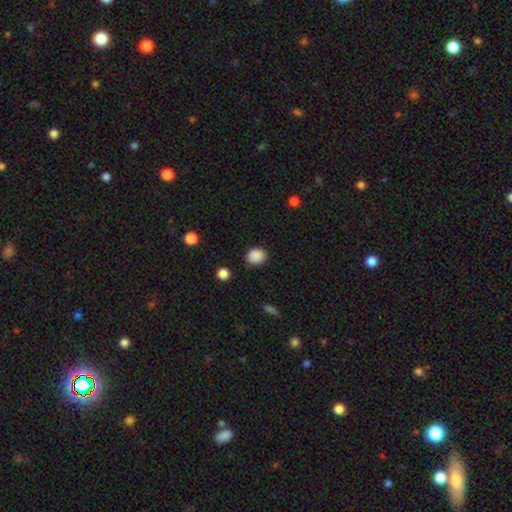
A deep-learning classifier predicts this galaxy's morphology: Smooth or featured?
  - smooth: 88% *
  - star or artifact: 9%
  - featured or disk: 3%
How rounded?
  - round: 64% *
  - in between: 35%
  - cigar-shaped: 1%
Merging?
  - none: 84% *
  - minor disturbance: 11%
  - major disturbance: 3%
  - merger: 2%